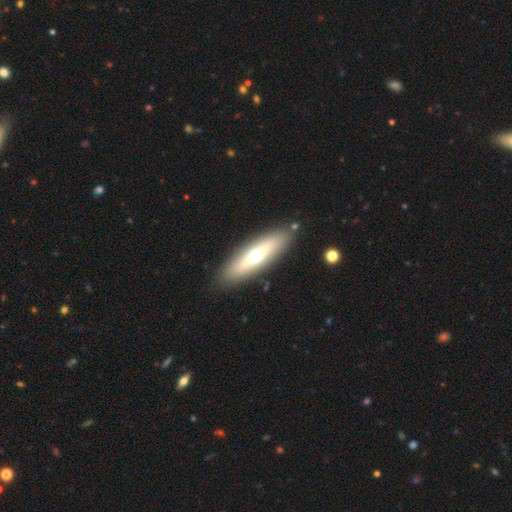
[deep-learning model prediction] Smooth or featured? smooth (49%)
Merging? none (86%)